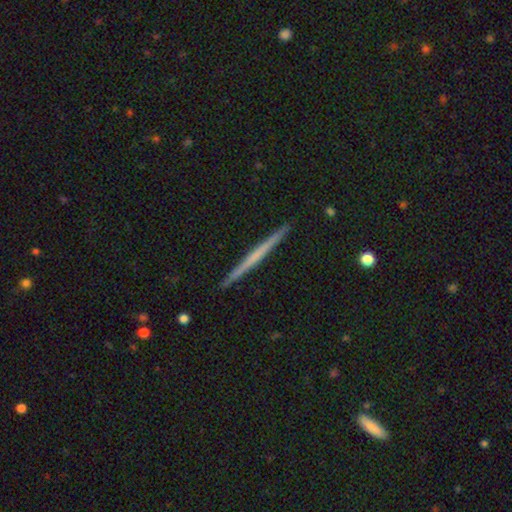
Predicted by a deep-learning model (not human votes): Smooth or featured: featured or disk — 55% (smooth — 39%)
Edge-on disk: yes — 98% (no — 2%)
Edge-on bulge: none — 87% (rounded — 9%)
Merging: none — 93% (minor disturbance — 5%)